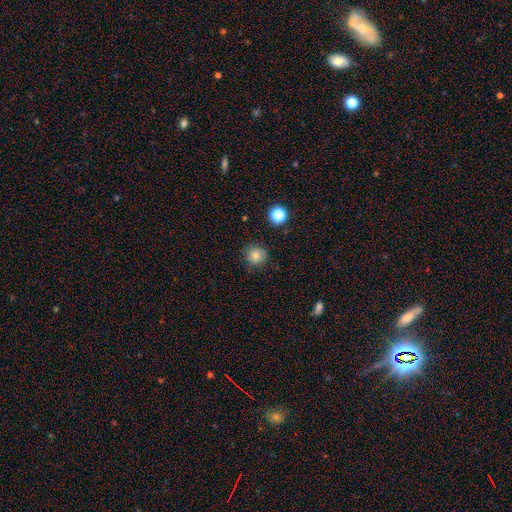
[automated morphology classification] This appears to be a smooth galaxy with no disk features (81%) that is round (91%). Merging: none (83%).